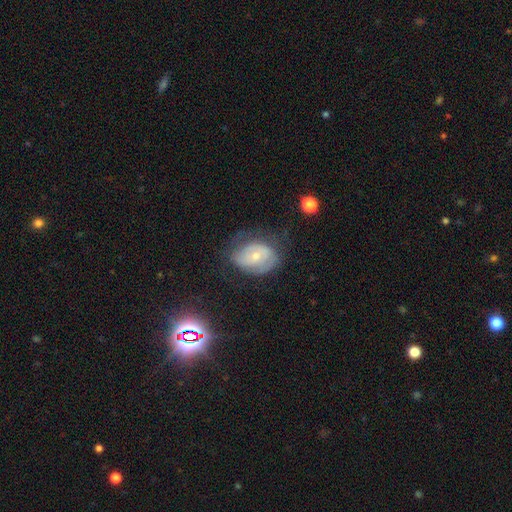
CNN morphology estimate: The model was most divided on "smooth or featured": featured or disk: 56%, smooth: 35%, star or artifact: 9%. More confident: edge-on disk — no (96%); bar — no (68%); spiral arms — yes (66%); bulge size — small (59%); merging — none (53%).